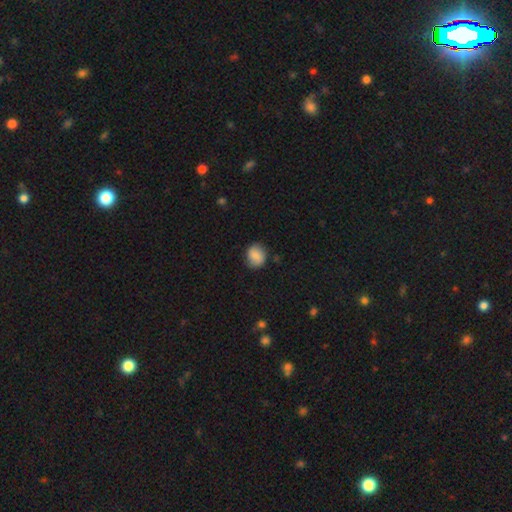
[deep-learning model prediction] Overall: smooth (80%). How rounded: round (71%). Merging: none (80%).